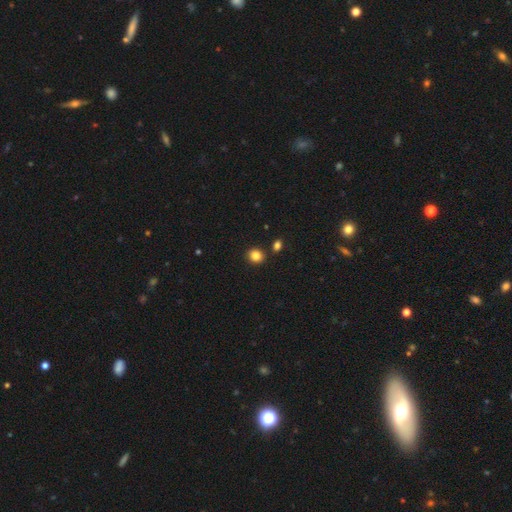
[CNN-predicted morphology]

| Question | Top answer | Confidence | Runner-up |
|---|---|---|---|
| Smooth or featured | smooth | 85% | star or artifact (11%) |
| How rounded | round | 75% | in between (24%) |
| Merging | none | 85% | minor disturbance (7%) |